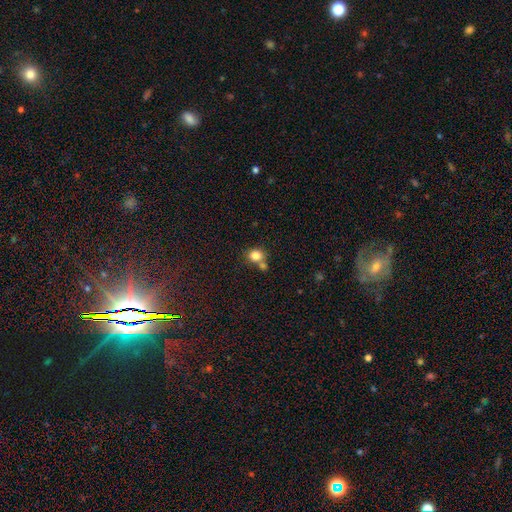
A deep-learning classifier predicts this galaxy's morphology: This is clearly a smooth galaxy (82%). How rounded: likely round (75%). Merging: possibly none (54%).